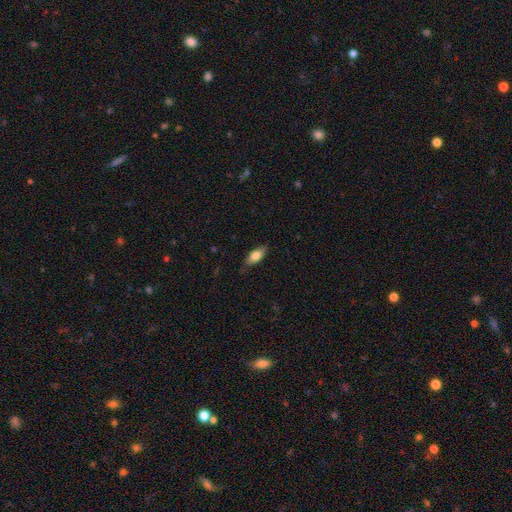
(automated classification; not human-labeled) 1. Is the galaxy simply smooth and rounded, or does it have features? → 76% smooth, 17% featured or disk, 7% star or artifact.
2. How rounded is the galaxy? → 79% in between, 18% cigar-shaped, 3% round.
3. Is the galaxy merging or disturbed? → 77% none, 18% minor disturbance, 3% major disturbance, 1% merger.